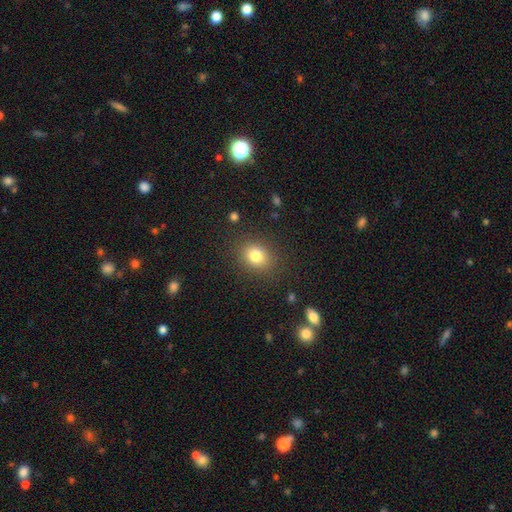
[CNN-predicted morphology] A smooth galaxy with no disk features (80%) that is round (56%). Merging: none (85%).